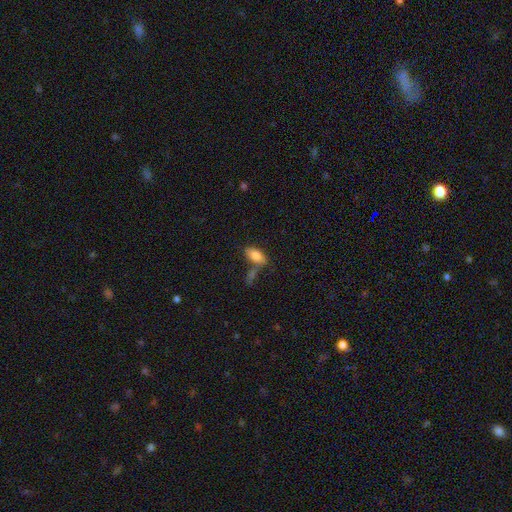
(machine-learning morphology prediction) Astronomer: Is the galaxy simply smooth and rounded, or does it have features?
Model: smooth — 83%.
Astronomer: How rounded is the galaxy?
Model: in between — 91%.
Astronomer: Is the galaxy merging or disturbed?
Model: none — 55%.